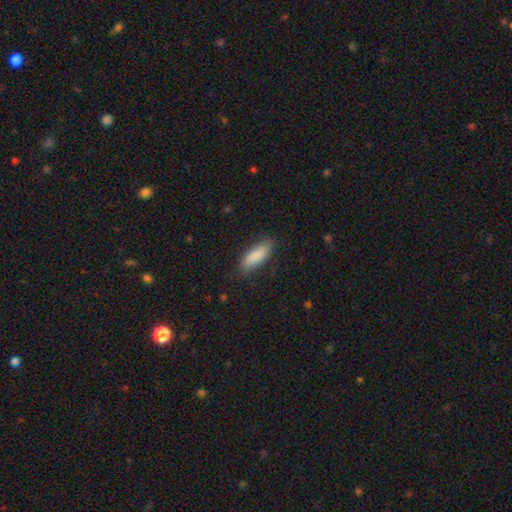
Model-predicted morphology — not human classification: A smooth galaxy with no disk features (87%) that is in between round and cigar-shaped (65%).

Vote fractions:
- Smooth or featured? smooth: 87% / featured or disk: 7% / star or artifact: 6%
- How rounded? in between: 65% / cigar-shaped: 33% / round: 2%
- Merging? none: 82% / minor disturbance: 14% / major disturbance: 3% / merger: 1%